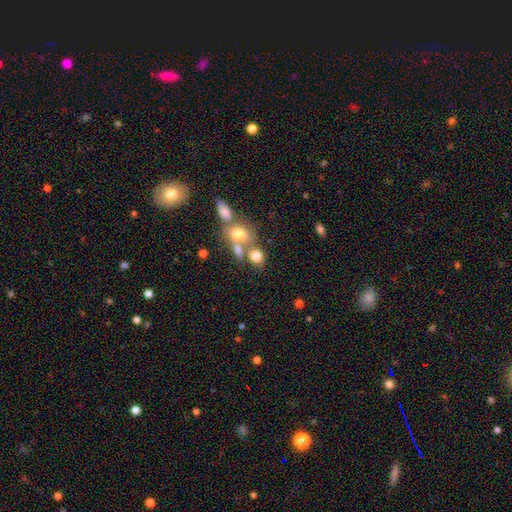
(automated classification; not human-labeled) This appears to be a smooth galaxy with no disk features (75%) that is round (59%). Merging: none (44%).